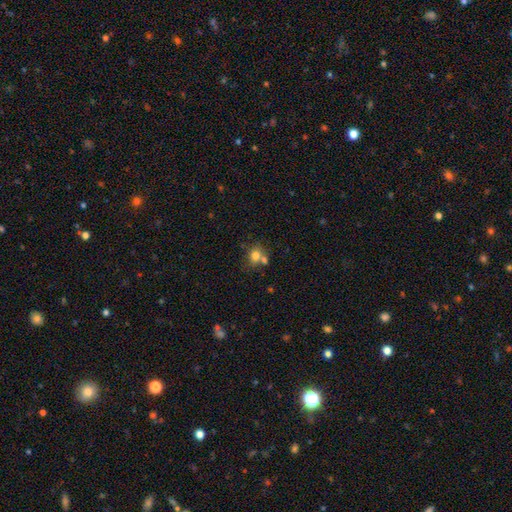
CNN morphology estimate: This is likely a smooth galaxy (76%). How rounded: likely round (70%). Merging: possibly none (53%).